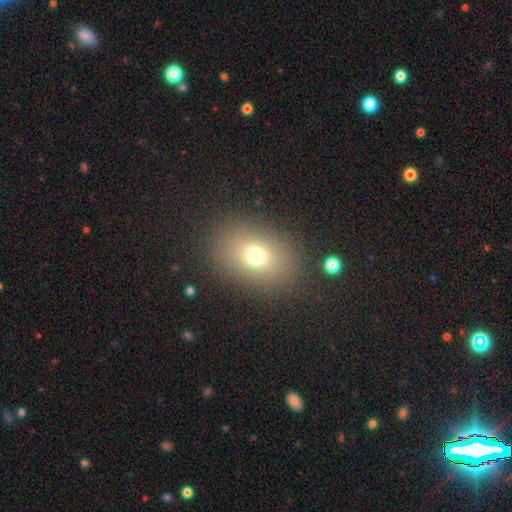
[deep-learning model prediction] This appears to be a smooth galaxy with no disk features (73%) that is in between round and cigar-shaped (67%). Merging: none (85%).